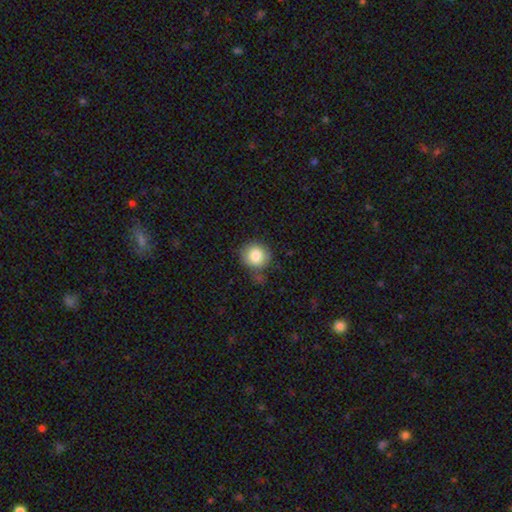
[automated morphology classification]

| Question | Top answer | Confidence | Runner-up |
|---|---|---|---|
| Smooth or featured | smooth | 84% | star or artifact (9%) |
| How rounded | round | 86% | in between (13%) |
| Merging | none | 76% | minor disturbance (16%) |